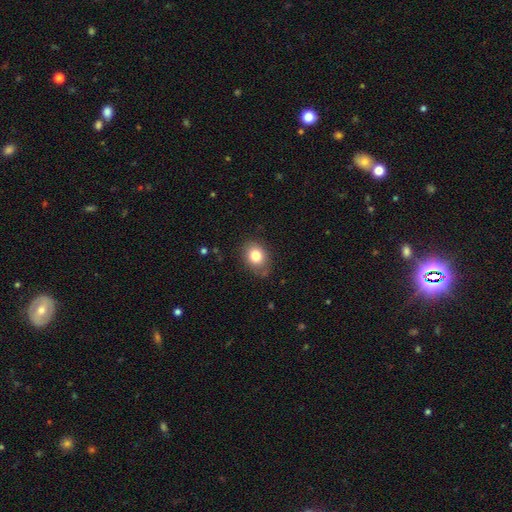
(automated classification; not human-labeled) Q: Smooth or featured?
A: smooth (81%); runner-up: star or artifact (10%)
Q: How rounded?
A: in between (51%); runner-up: round (48%)
Q: Merging?
A: none (79%); runner-up: minor disturbance (16%)